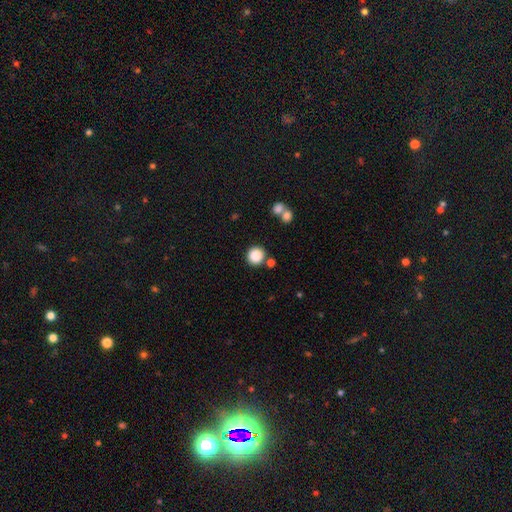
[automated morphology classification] A smooth galaxy with no disk features (86%) that is round (93%).

Vote fractions:
- Smooth or featured? smooth: 86% / star or artifact: 10% / featured or disk: 4%
- How rounded? round: 93% / in between: 6% / cigar-shaped: 1%
- Merging? none: 82% / merger: 8% / minor disturbance: 7% / major disturbance: 3%